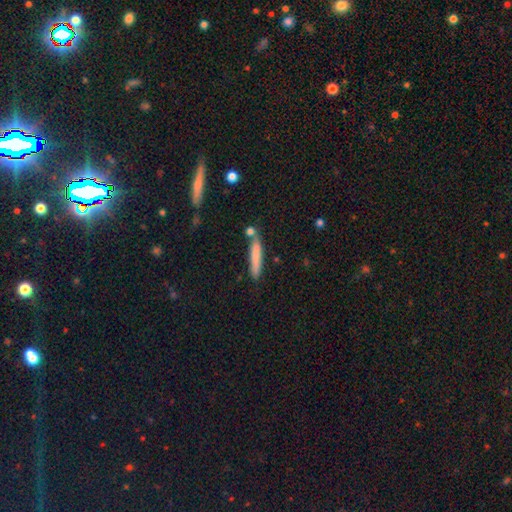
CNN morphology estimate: Smooth or featured? Predicted: smooth (p=0.74). How rounded? Predicted: cigar-shaped (p=0.92). Merging? Predicted: none (p=0.71).